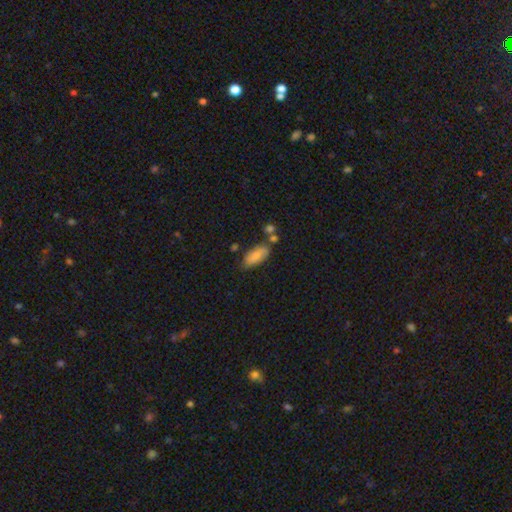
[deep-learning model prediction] This is clearly a smooth galaxy (83%). How rounded: clearly in between (82%). Merging: likely none (65%).